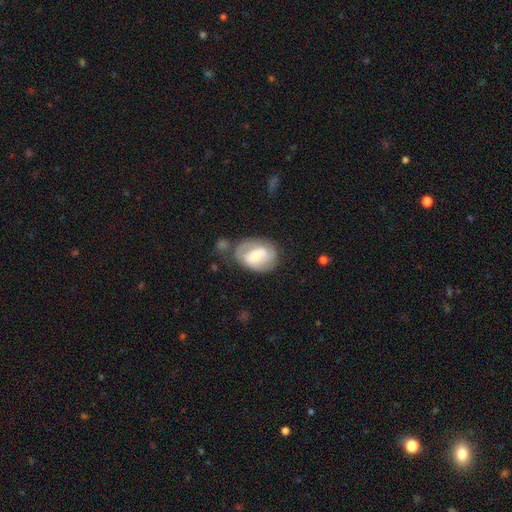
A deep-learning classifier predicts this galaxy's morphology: Smooth or featured: featured or disk — 58% (smooth — 36%)
Edge-on disk: no — 96% (yes — 4%)
Bar: weak — 41% (no — 38%)
Spiral arms: yes — 68% (no — 32%)
Bulge size: moderate — 52% (small — 35%)
Merging: none — 52% (minor disturbance — 25%)